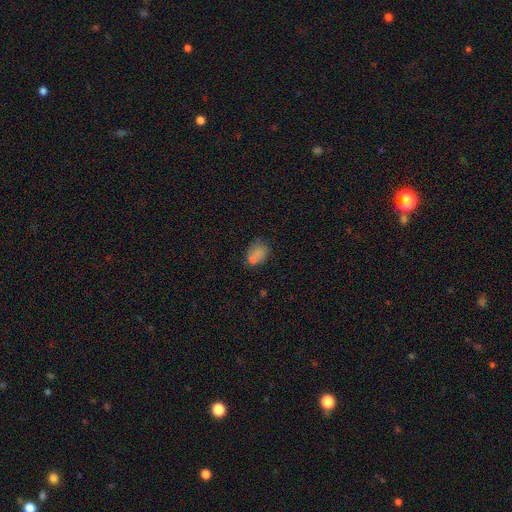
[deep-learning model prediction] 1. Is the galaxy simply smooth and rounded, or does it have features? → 72% smooth, 15% featured or disk, 13% star or artifact.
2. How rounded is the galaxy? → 63% in between, 36% round, 1% cigar-shaped.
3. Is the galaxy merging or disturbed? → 48% none, 22% merger, 21% minor disturbance, 10% major disturbance.